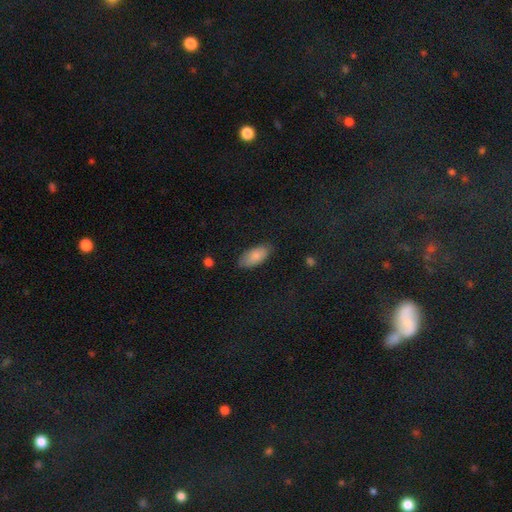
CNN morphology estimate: Smooth or featured: smooth — 84% (featured or disk — 9%)
How rounded: in between — 89% (cigar-shaped — 9%)
Merging: none — 81% (minor disturbance — 15%)